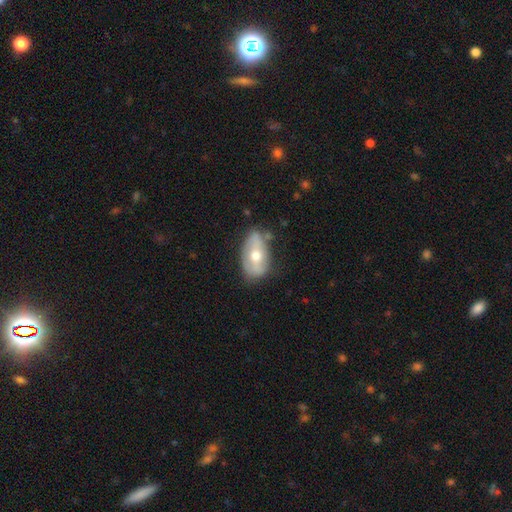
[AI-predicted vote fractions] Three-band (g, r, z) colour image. It shows a featured or disk galaxy (51%). Merging: none (66%).